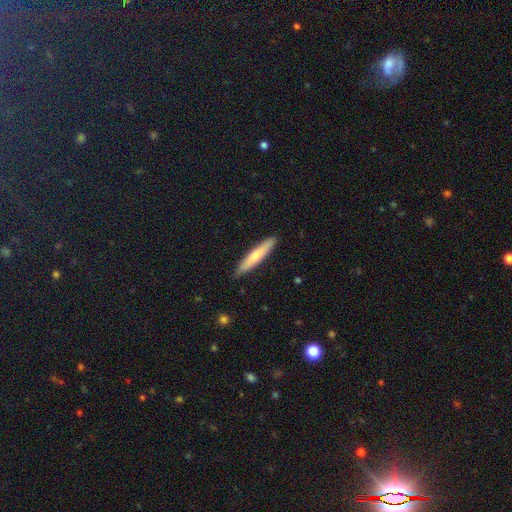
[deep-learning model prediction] Smooth or featured?
  - smooth: 68% *
  - featured or disk: 27%
  - star or artifact: 5%
How rounded?
  - cigar-shaped: 91% *
  - in between: 7%
  - round: 1%
Merging?
  - none: 89% *
  - minor disturbance: 8%
  - major disturbance: 1%
  - merger: 1%